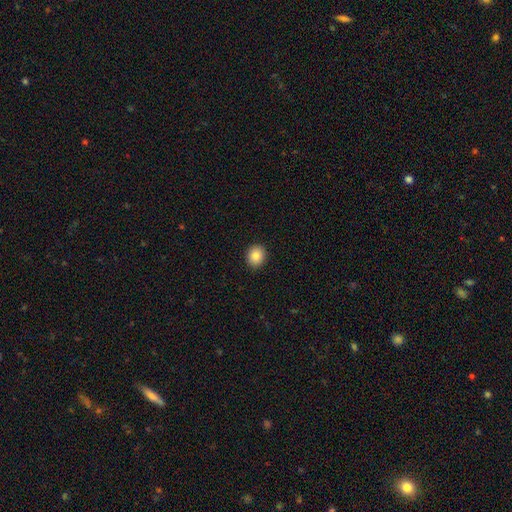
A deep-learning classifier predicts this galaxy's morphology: This is clearly a smooth galaxy (84%). How rounded: likely round (77%). Merging: clearly none (92%).